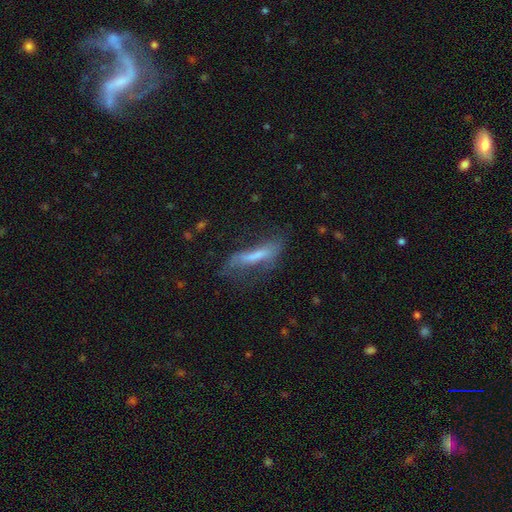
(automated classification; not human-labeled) Morphology: type=smooth (48%); merging=none (39%).